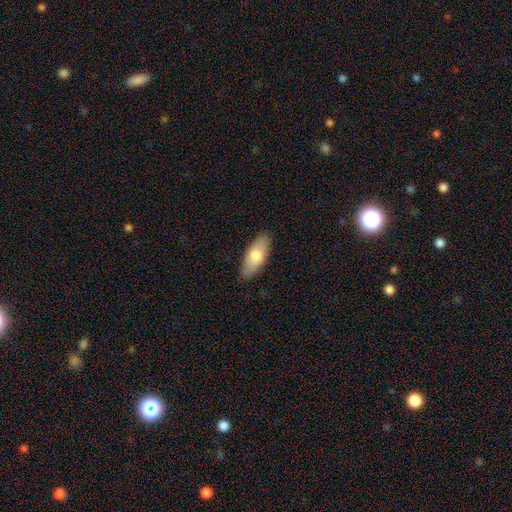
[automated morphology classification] Smooth or featured? smooth (77%)
How rounded? in between (83%)
Merging? none (83%)